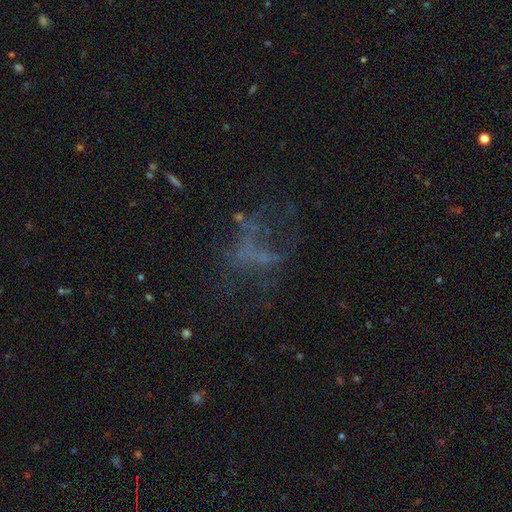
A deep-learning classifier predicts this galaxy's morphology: This appears to be a featured or disk galaxy (43%). Merging: none (44%).